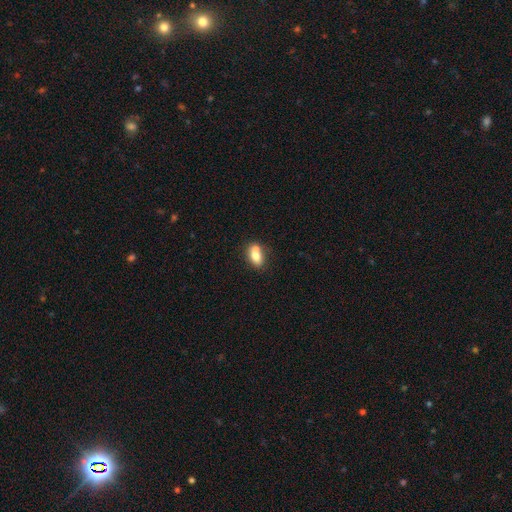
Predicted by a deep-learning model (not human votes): Q: Smooth or featured?
A: smooth (73%); runner-up: featured or disk (18%)
Q: How rounded?
A: in between (80%); runner-up: round (16%)
Q: Merging?
A: none (42%); runner-up: merger (41%)